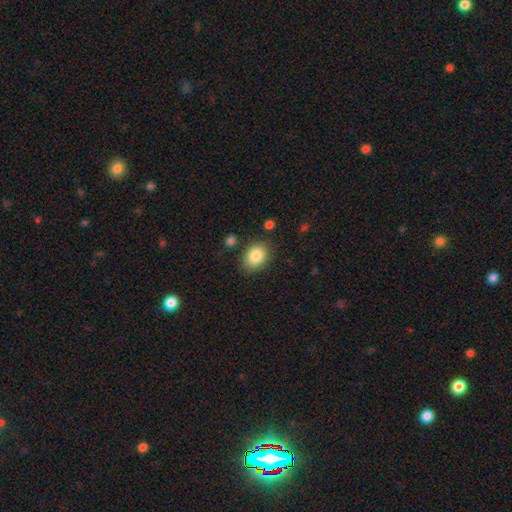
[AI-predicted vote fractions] This appears to be a smooth galaxy with no disk features (86%) that is in between round and cigar-shaped (65%). Merging: none (82%).